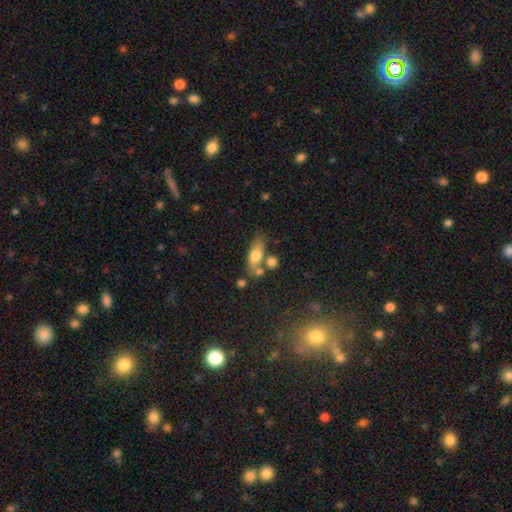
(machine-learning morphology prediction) Q: Smooth or featured?
A: smooth (67%); runner-up: featured or disk (24%)
Q: How rounded?
A: in between (66%); runner-up: cigar-shaped (28%)
Q: Merging?
A: none (54%); runner-up: merger (21%)